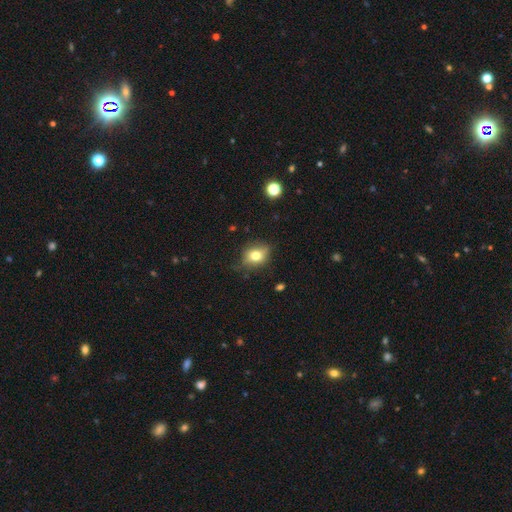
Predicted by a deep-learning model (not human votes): Q: Smooth or featured?
A: smooth (66%); runner-up: featured or disk (24%)
Q: How rounded?
A: in between (52%); runner-up: round (45%)
Q: Merging?
A: none (69%); runner-up: minor disturbance (23%)